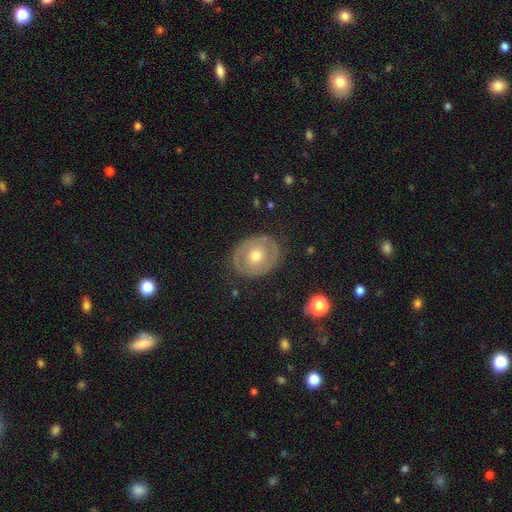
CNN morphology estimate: Q: Smooth or featured?
A: featured or disk (57%); runner-up: smooth (36%)
Q: Edge-on disk?
A: no (95%); runner-up: yes (5%)
Q: Bar?
A: no (80%); runner-up: weak (15%)
Q: Spiral arms?
A: no (67%); runner-up: yes (33%)
Q: Bulge size?
A: moderate (70%); runner-up: small (23%)
Q: Merging?
A: none (83%); runner-up: minor disturbance (12%)